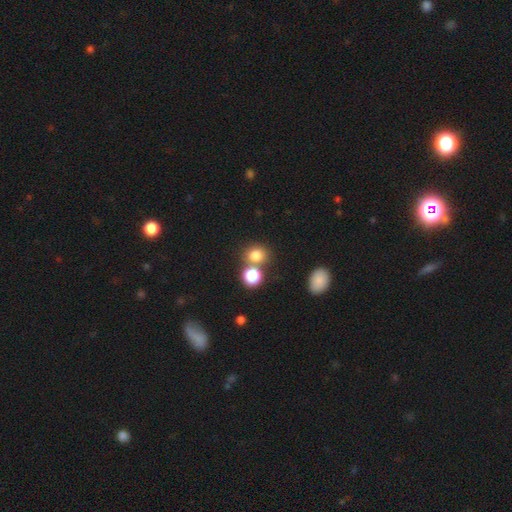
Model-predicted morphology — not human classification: A smooth galaxy with no disk features (77%) that is round (77%). Merging: none (62%).